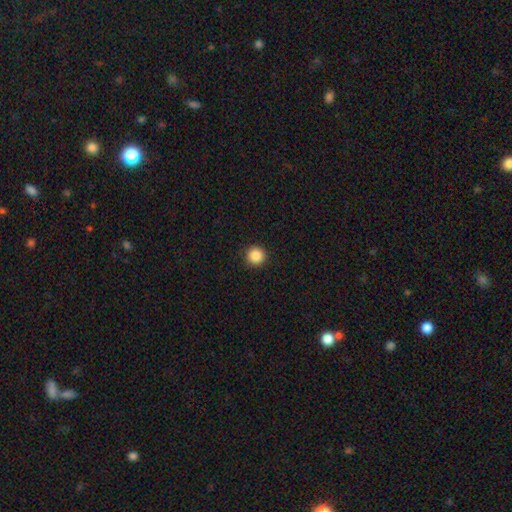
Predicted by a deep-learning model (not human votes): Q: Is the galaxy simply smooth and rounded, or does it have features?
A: smooth — 87%.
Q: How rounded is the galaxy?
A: round — 96%.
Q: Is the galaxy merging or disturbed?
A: none — 93%.